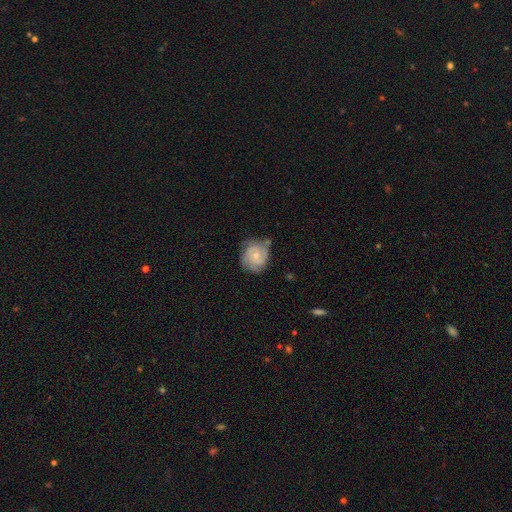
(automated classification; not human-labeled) smooth-or-featured: featured or disk: 68% | smooth: 25% | star or artifact: 7%
  disk-edge-on: no: 98% | yes: 2%
    bar: no: 75% | weak: 22% | strong: 3%
    has-spiral-arms: yes: 91% | no: 9%
      spiral-winding: tight: 55% | medium: 35% | loose: 10%
      spiral-arm-count: 3: 36% | can't tell: 25% | 2: 20% | 4: 12% | 1: 4% | more than 4: 4%
    bulge-size: small: 63% | moderate: 32% | none: 3% | large: 1% | dominant: 1%
  merging: none: 58% | minor disturbance: 29% | major disturbance: 9% | merger: 4%